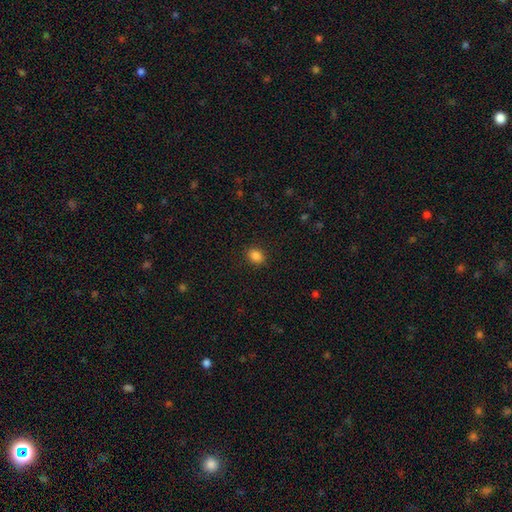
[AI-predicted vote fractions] Morphology: type=smooth (86%); roundness=in between (55%); merging=none (89%).